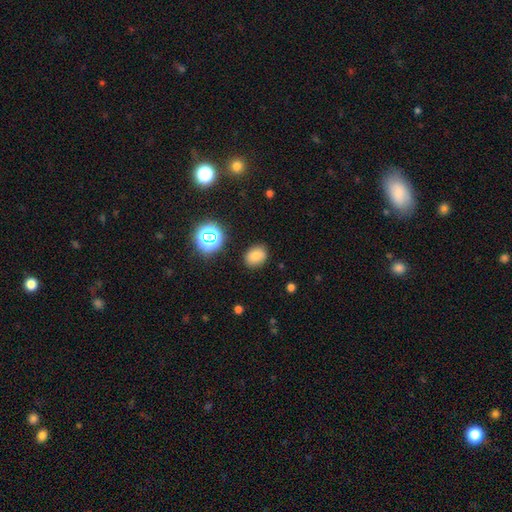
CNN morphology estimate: Q: Smooth or featured?
A: smooth (78%); runner-up: star or artifact (15%)
Q: How rounded?
A: in between (55%); runner-up: round (44%)
Q: Merging?
A: none (85%); runner-up: minor disturbance (10%)